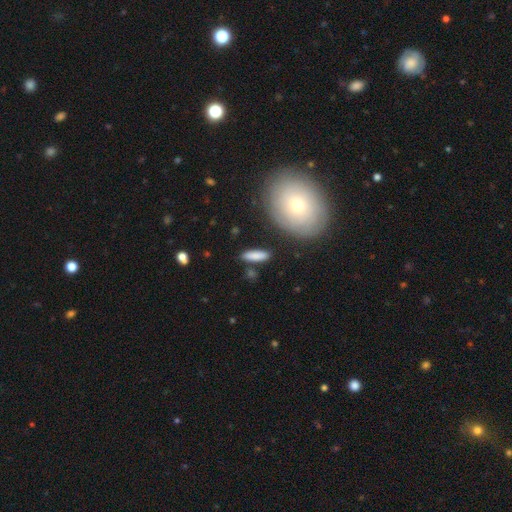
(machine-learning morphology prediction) smooth 83%, featured or disk 10%, star or artifact 6%. Down the decision tree: how rounded — cigar-shaped (59%); merging — none (83%).